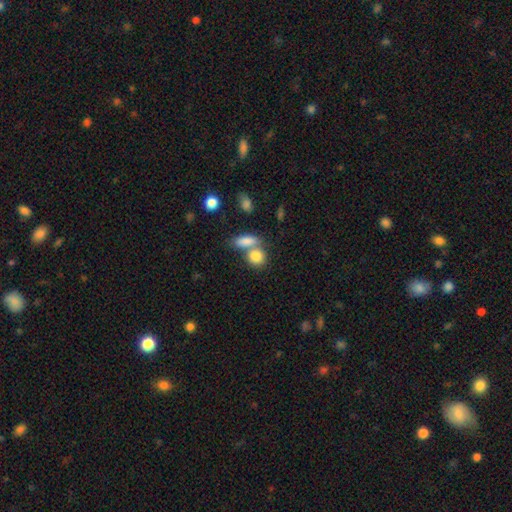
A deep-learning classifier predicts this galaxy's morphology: smooth-or-featured: smooth: 84% | featured or disk: 9% | star or artifact: 8%
  how-rounded: round: 54% | in between: 43% | cigar-shaped: 3%
  merging: merger: 46% | none: 42% | minor disturbance: 9% | major disturbance: 4%